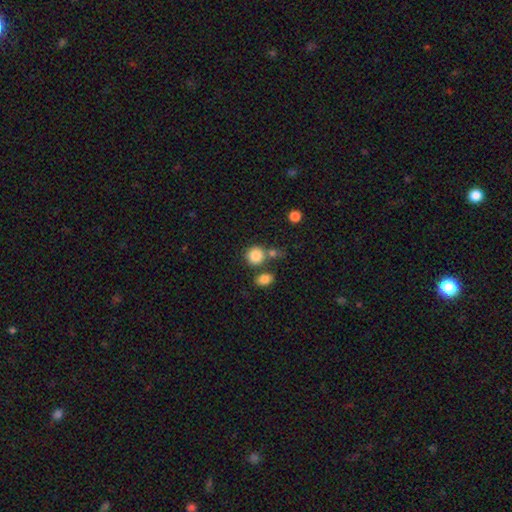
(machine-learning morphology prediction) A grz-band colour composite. It shows a smooth galaxy with no disk features (85%) that is round (85%). Merging: none (64%).